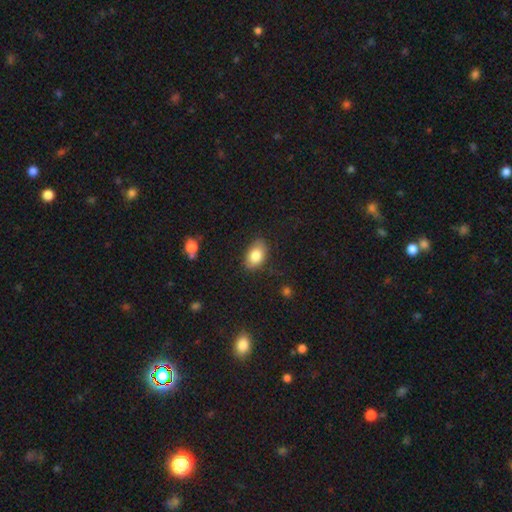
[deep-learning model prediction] Q: Smooth or featured?
A: smooth (83%); runner-up: featured or disk (10%)
Q: How rounded?
A: in between (88%); runner-up: round (10%)
Q: Merging?
A: none (80%); runner-up: minor disturbance (15%)